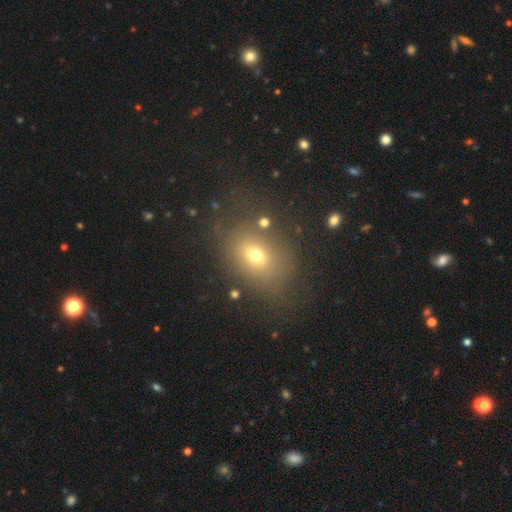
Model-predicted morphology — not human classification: This appears to be a smooth galaxy with no disk features (65%) that is in between round and cigar-shaped (62%). Merging: none (68%).